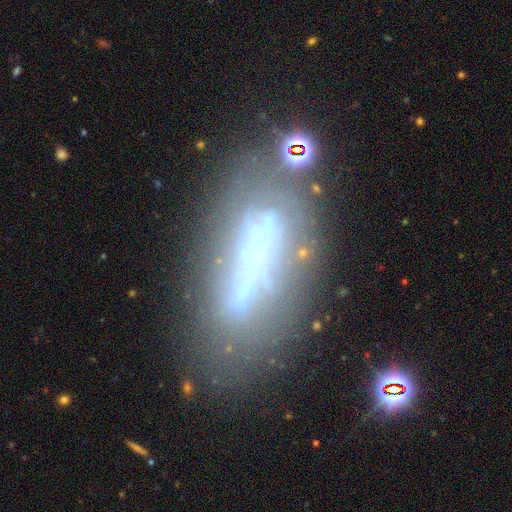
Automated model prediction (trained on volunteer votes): The model was most divided on "smooth or featured": featured or disk: 55%, smooth: 29%, star or artifact: 17%. More confident: edge-on disk — no (75%); merging — none (50%).